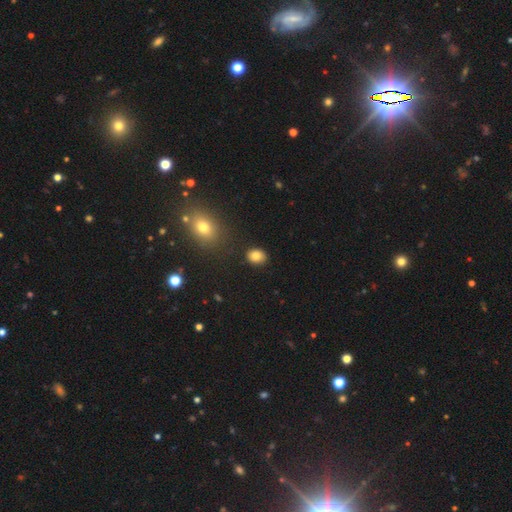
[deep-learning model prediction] Overall: smooth (83%). How rounded: round (52%; in between 47%). Merging: none (85%).